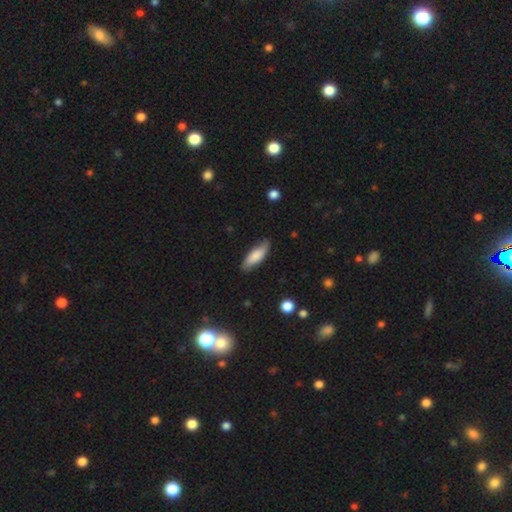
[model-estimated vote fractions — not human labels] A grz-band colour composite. It shows a smooth galaxy with no disk features (78%) that is in between round and cigar-shaped (63%). Merging: none (79%).